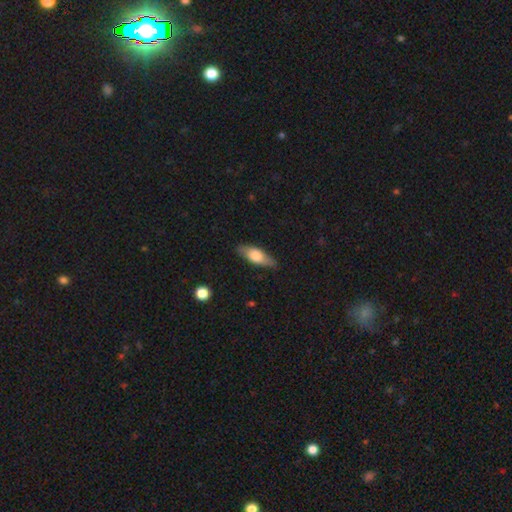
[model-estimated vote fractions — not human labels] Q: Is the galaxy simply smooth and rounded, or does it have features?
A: smooth — 62%.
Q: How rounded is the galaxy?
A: in between — 63%.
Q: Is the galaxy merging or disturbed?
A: none — 83%.